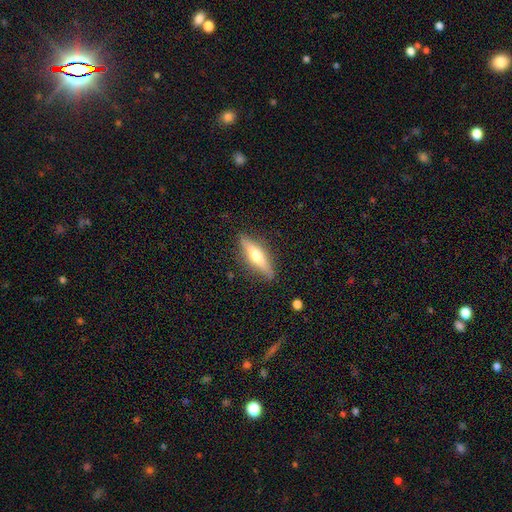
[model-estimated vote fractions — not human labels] A featured or disk galaxy (55%) viewed edge-on (92%) with a rounded central bulge (92%).

Vote fractions:
- Smooth or featured? featured or disk: 55% / smooth: 39% / star or artifact: 6%
- Edge-on disk? yes: 92% / no: 8%
- Edge-on bulge? rounded: 92% / none: 4% / boxy: 4%
- Merging? none: 86% / minor disturbance: 10% / major disturbance: 3% / merger: 1%